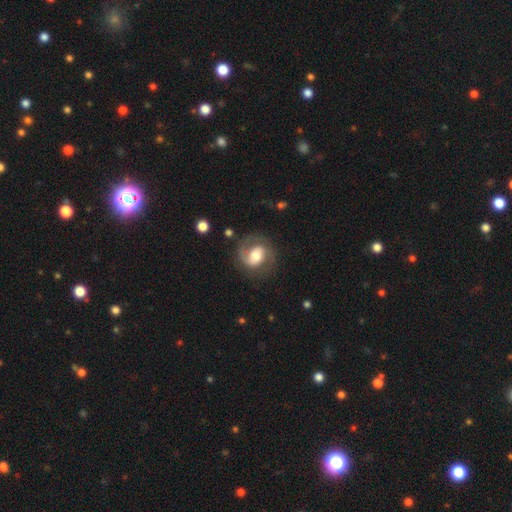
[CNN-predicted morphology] A featured or disk galaxy (73%) with a weak bar (43%), 2 (75%) medium (49%) spiral arms (90%) and a moderate central bulge (56%).

Vote fractions:
- Smooth or featured? featured or disk: 73% / smooth: 20% / star or artifact: 7%
- Edge-on disk? no: 98% / yes: 2%
- Bar? weak: 43% / no: 37% / strong: 19%
- Spiral arms? yes: 90% / no: 10%
- Spiral winding? medium: 49% / tight: 28% / loose: 23%
- Spiral arm count? 2: 75% / 1: 16% / can't tell: 5% / 3: 1% / 4: 1% / more than 4: 1%
- Bulge size? moderate: 56% / large: 28% / small: 11% / dominant: 3% / none: 2%
- Merging? none: 71% / minor disturbance: 16% / major disturbance: 11% / merger: 2%